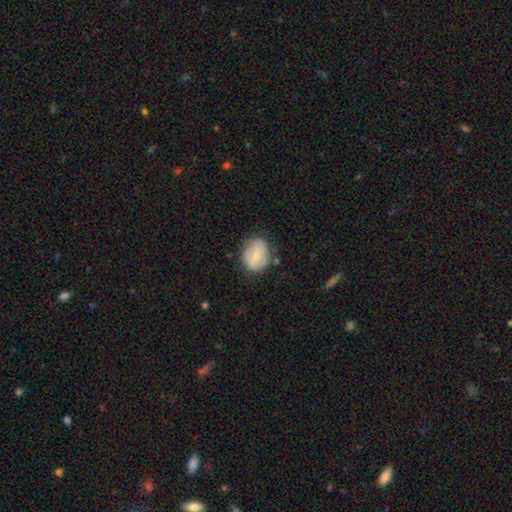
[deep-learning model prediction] This appears to be a smooth galaxy with no disk features (62%) that is in between round and cigar-shaped (50%). Merging: none (64%).